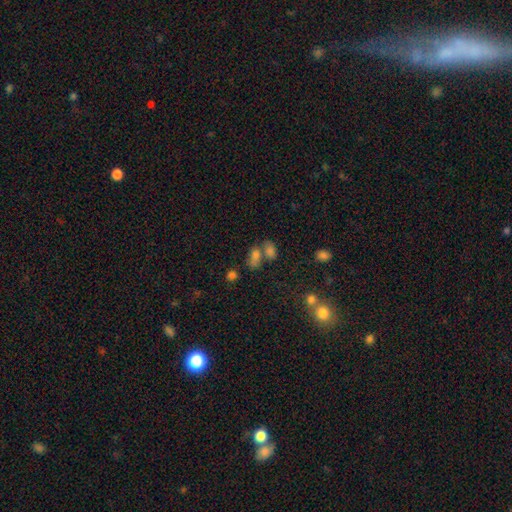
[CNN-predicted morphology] Smooth or featured? Predicted: smooth (p=0.69). How rounded? Predicted: in between (p=0.81). Merging? Predicted: merger (p=0.44).